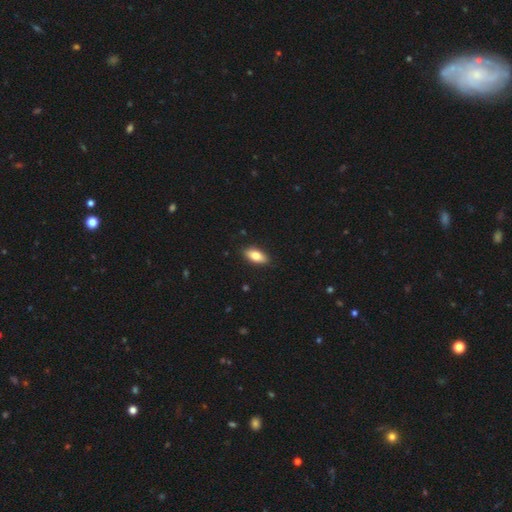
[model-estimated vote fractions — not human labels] smooth 77%, featured or disk 17%, star or artifact 7%. Down the decision tree: how rounded — in between (86%); merging — none (88%).